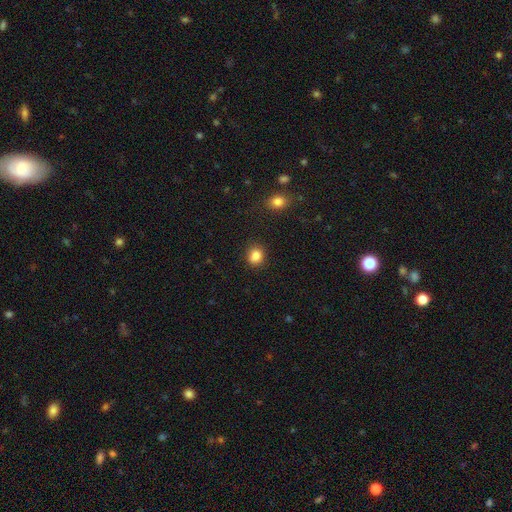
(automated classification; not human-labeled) The model was most divided on "how rounded": round: 67%, in between: 32%, cigar-shaped: 1%. More confident: smooth or featured — smooth (86%); merging — none (85%).